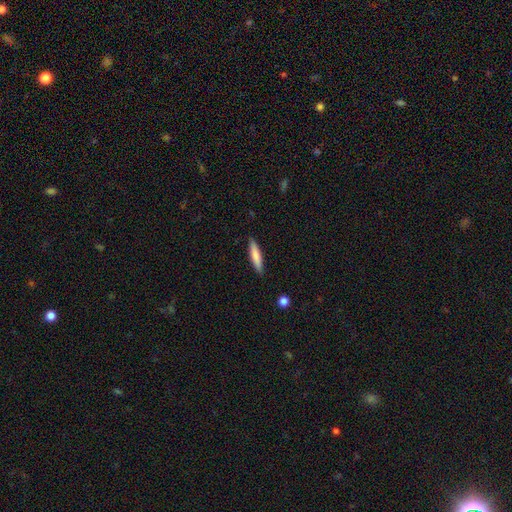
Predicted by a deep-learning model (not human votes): Smooth or featured? Predicted: smooth (p=0.78). How rounded? Predicted: cigar-shaped (p=0.86). Merging? Predicted: none (p=0.89).